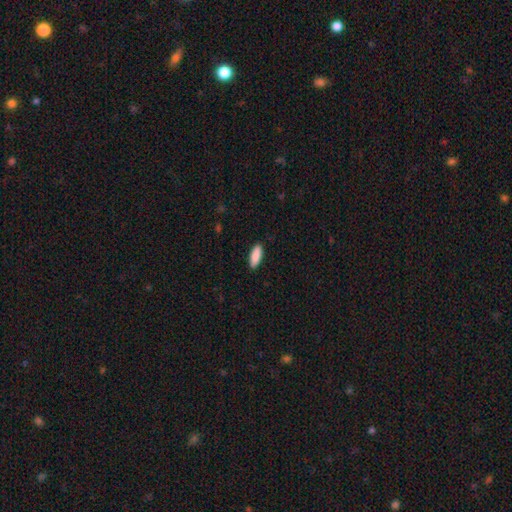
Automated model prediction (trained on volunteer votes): Morphology: type=smooth (90%); roundness=in between (64%); merging=none (90%).